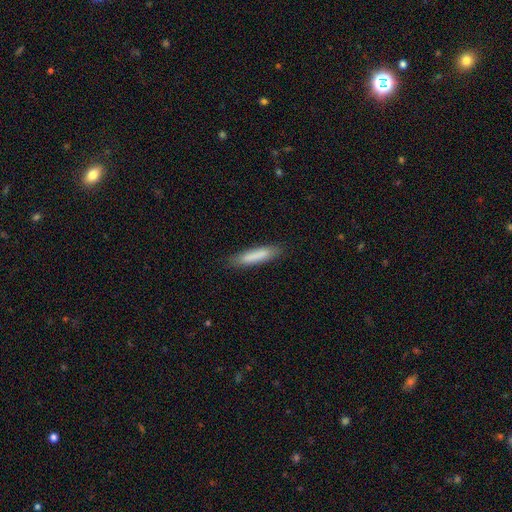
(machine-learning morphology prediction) Smooth or featured?
  - smooth: 83% *
  - featured or disk: 11%
  - star or artifact: 6%
How rounded?
  - cigar-shaped: 84% *
  - in between: 15%
  - round: 1%
Merging?
  - none: 85% *
  - minor disturbance: 11%
  - major disturbance: 2%
  - merger: 1%